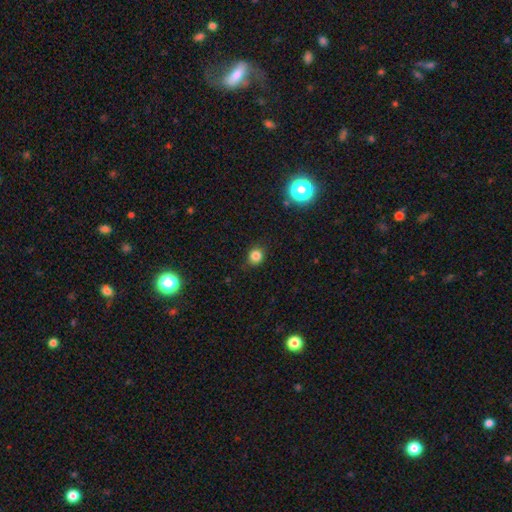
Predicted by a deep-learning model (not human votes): This is clearly a smooth galaxy (82%). How rounded: likely round (79%). Merging: clearly none (85%).